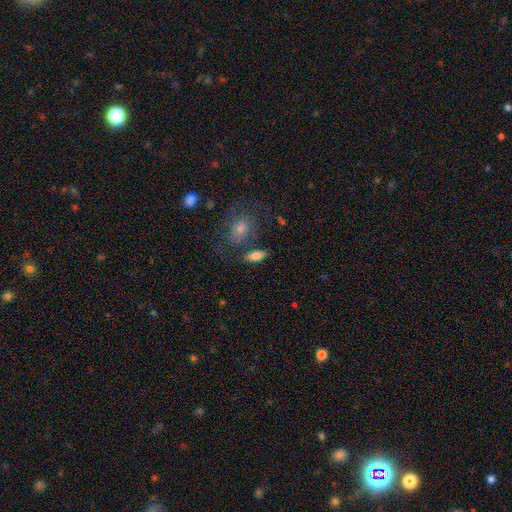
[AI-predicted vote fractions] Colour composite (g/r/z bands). It shows a smooth galaxy with no disk features (81%) that is in between round and cigar-shaped (78%). Merging: none (75%).